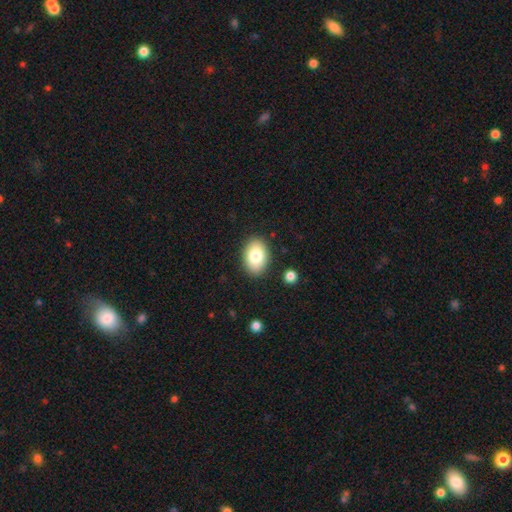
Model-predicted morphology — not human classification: Smooth or featured? smooth (81%)
How rounded? in between (85%)
Merging? none (87%)